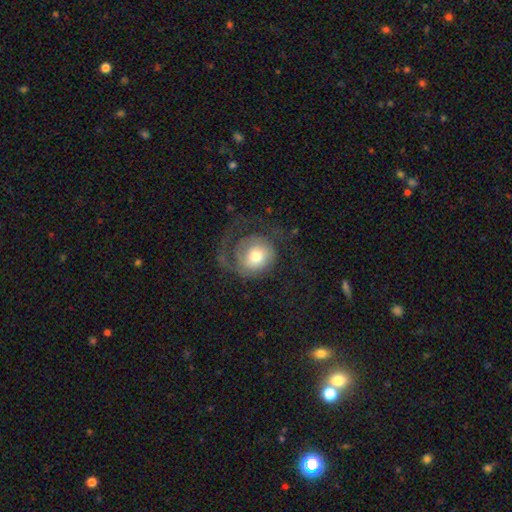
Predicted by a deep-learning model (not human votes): A featured or disk galaxy (50%).

Vote fractions:
- Smooth or featured? featured or disk: 50% / smooth: 42% / star or artifact: 8%
- Edge-on disk? no: 97% / yes: 3%
- Merging? none: 44% / major disturbance: 39% / minor disturbance: 15% / merger: 2%